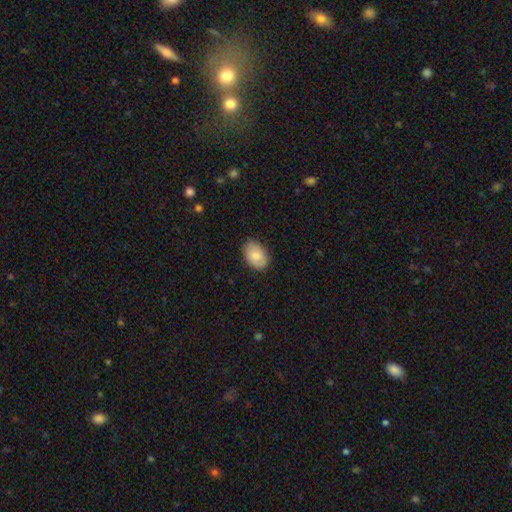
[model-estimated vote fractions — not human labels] This appears to be a smooth galaxy with no disk features (78%) that is in between round and cigar-shaped (85%). Merging: none (84%).